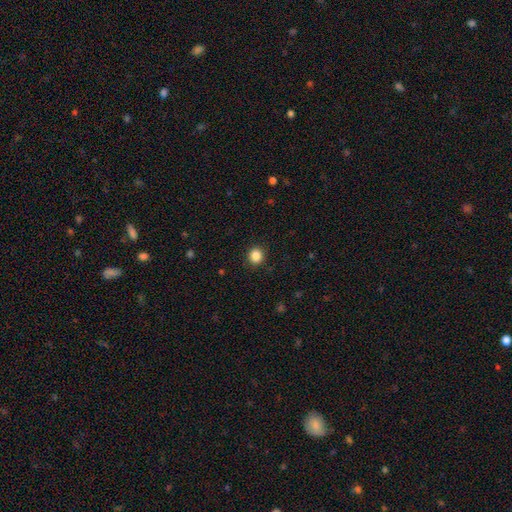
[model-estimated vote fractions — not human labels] This appears to be a smooth galaxy with no disk features (86%) that is round (85%). Merging: none (91%).